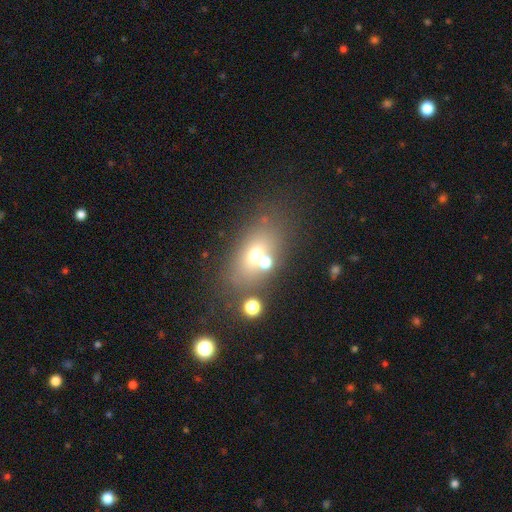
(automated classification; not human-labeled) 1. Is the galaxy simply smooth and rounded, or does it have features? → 59% smooth, 24% featured or disk, 18% star or artifact.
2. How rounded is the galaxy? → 74% in between, 22% round, 4% cigar-shaped.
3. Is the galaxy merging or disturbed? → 57% none, 25% merger, 12% minor disturbance, 7% major disturbance.